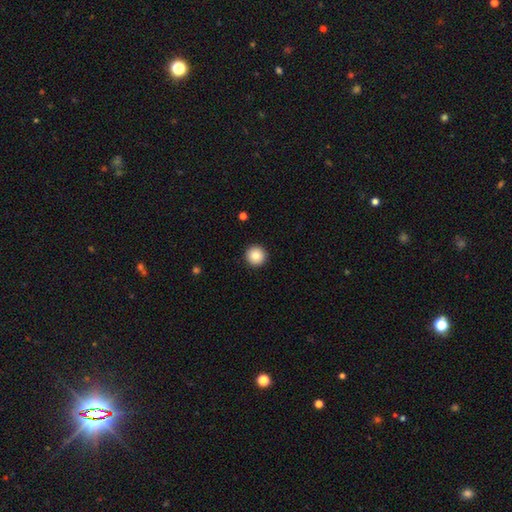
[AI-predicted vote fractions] Smooth or featured: smooth — 85% (star or artifact — 9%)
How rounded: round — 96% (in between — 3%)
Merging: none — 93% (minor disturbance — 4%)